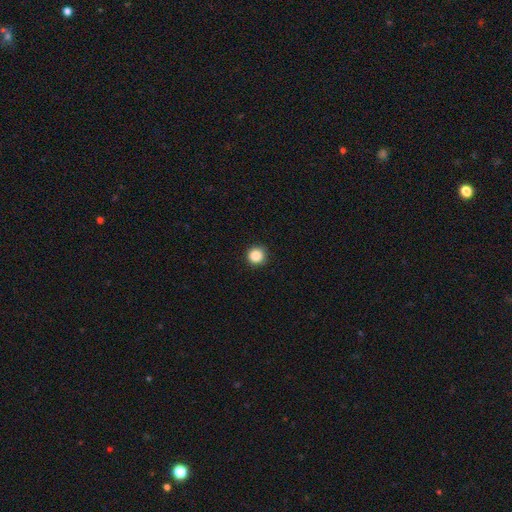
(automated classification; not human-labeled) This appears to be a smooth galaxy with no disk features (87%) that is round (96%). Merging: none (93%).